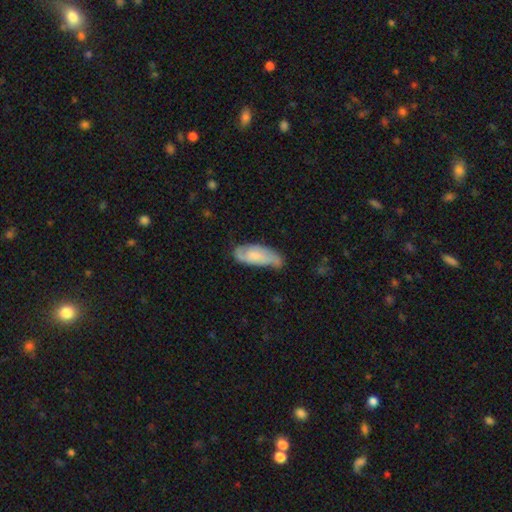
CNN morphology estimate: smooth 48%, featured or disk 46%, star or artifact 6%. Down the decision tree: merging — none (50%).